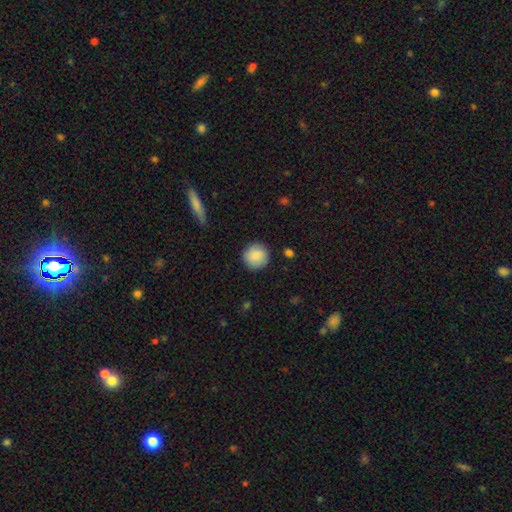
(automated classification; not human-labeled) A smooth galaxy with no disk features (86%) that is round (94%). Merging: none (88%).